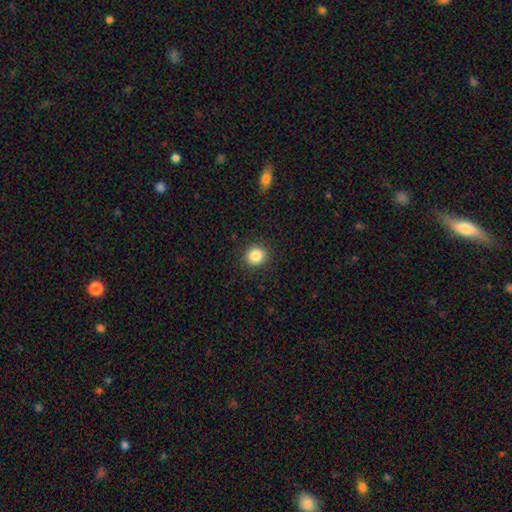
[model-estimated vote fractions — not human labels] Smooth or featured? Predicted: smooth (p=0.86). How rounded? Predicted: round (p=0.90). Merging? Predicted: none (p=0.91).